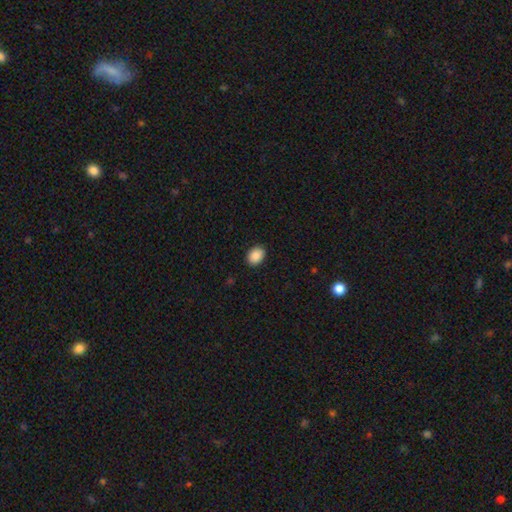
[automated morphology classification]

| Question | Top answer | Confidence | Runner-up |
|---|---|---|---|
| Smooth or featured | smooth | 90% | star or artifact (8%) |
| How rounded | in between | 71% | round (28%) |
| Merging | none | 89% | minor disturbance (8%) |